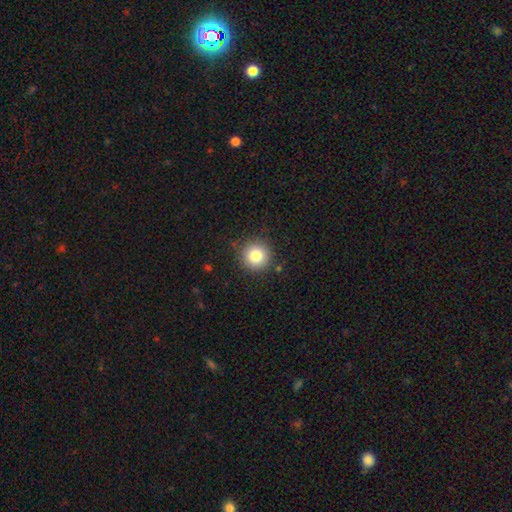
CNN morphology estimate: type=smooth (81%); roundness=round (95%); merging=none (88%).